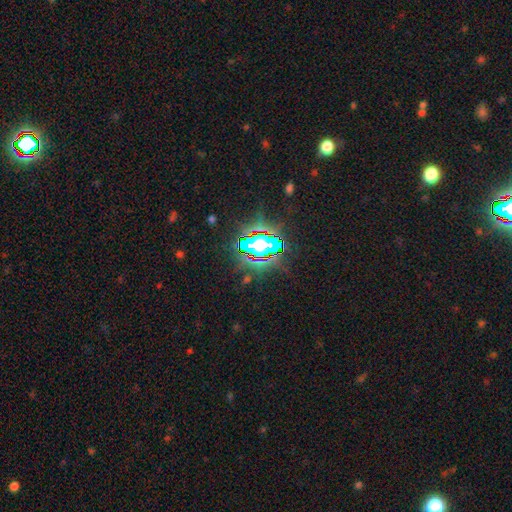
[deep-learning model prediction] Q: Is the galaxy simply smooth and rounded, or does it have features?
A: star or artifact — 84%.